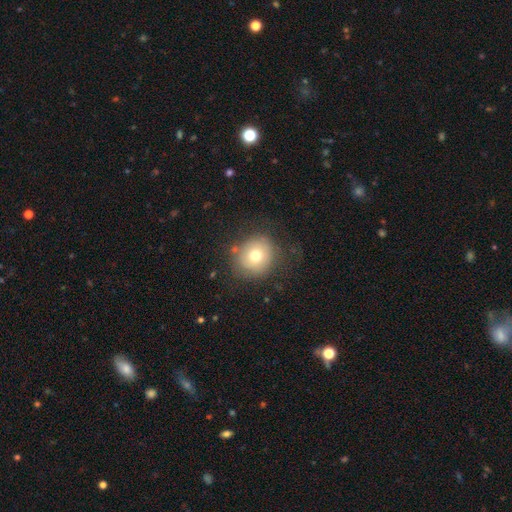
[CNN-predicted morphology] Smooth or featured?
  - smooth: 71% *
  - featured or disk: 17%
  - star or artifact: 12%
How rounded?
  - round: 88% *
  - in between: 11%
  - cigar-shaped: 1%
Merging?
  - none: 77% *
  - minor disturbance: 14%
  - major disturbance: 7%
  - merger: 2%